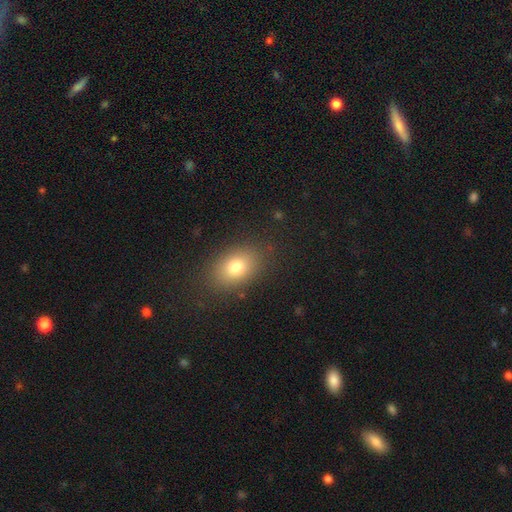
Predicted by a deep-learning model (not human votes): A smooth galaxy with no disk features (72%) that is in between round and cigar-shaped (74%).

Vote fractions:
- Smooth or featured? smooth: 72% / star or artifact: 19% / featured or disk: 10%
- How rounded? in between: 74% / round: 24% / cigar-shaped: 2%
- Merging? none: 88% / minor disturbance: 8% / major disturbance: 2% / merger: 1%